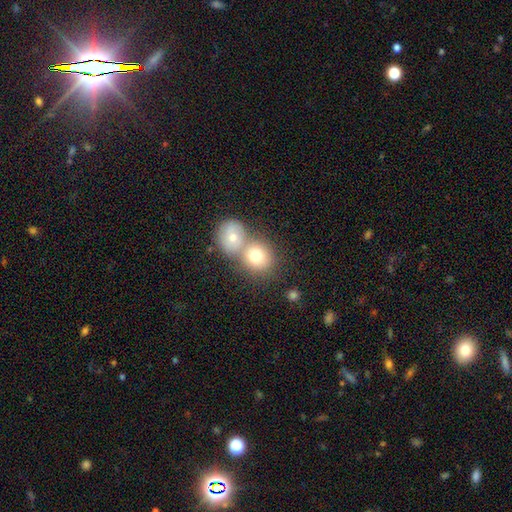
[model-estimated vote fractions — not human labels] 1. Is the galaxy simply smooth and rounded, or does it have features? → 74% smooth, 15% featured or disk, 10% star or artifact.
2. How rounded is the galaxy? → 77% round, 22% in between, 1% cigar-shaped.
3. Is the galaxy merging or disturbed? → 52% merger, 38% none, 7% minor disturbance, 3% major disturbance.